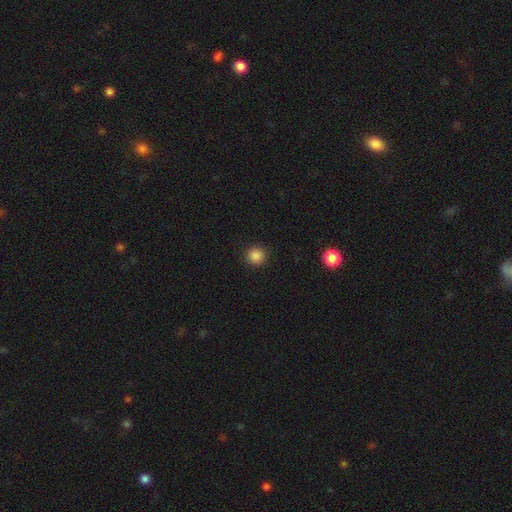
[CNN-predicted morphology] type=smooth (86%); roundness=round (93%); merging=none (91%).